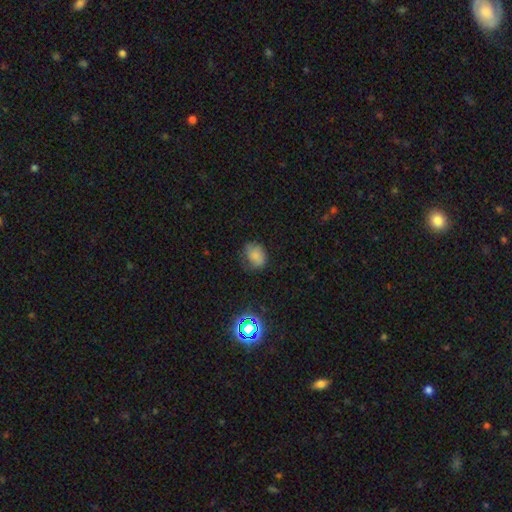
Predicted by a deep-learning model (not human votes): Overall: smooth (73%). How rounded: round (50%; in between 49%). Merging: none (60%; minor disturbance 28%).